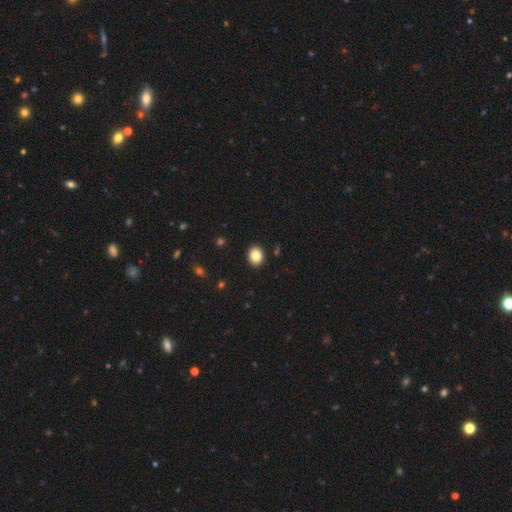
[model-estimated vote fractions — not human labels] smooth 85%, star or artifact 9%, featured or disk 6%. Down the decision tree: how rounded — round (55%); merging — none (91%).